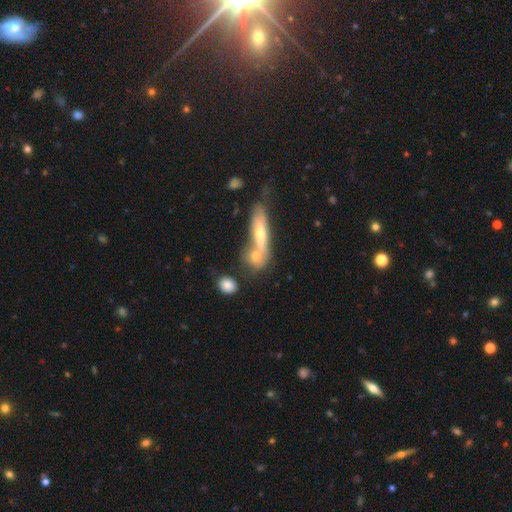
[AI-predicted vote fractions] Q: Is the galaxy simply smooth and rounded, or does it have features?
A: smooth — 63%.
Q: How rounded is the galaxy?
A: round — 38%.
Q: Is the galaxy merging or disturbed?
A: merger — 46%.